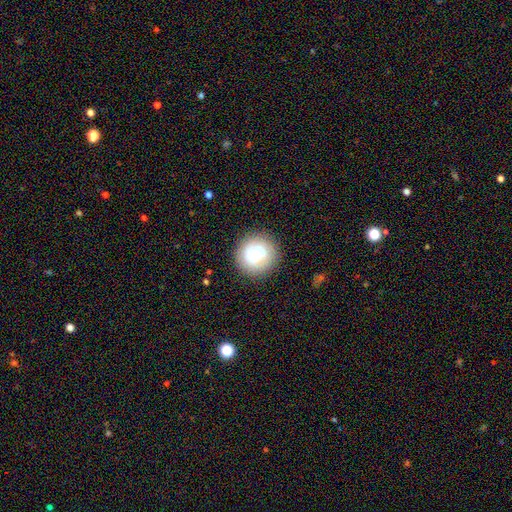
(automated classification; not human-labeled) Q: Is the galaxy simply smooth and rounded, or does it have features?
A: smooth — 57%.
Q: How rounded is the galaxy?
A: round — 92%.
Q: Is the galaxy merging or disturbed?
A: none — 70%.